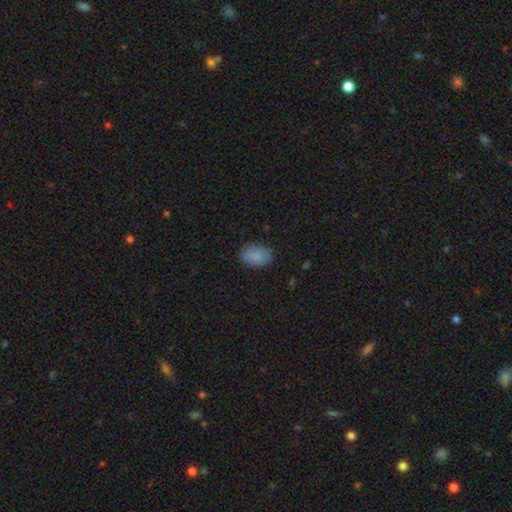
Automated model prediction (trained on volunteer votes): The model was most divided on "how rounded": in between: 82%, round: 17%, cigar-shaped: 1%. More confident: smooth or featured — smooth (84%); merging — none (81%).